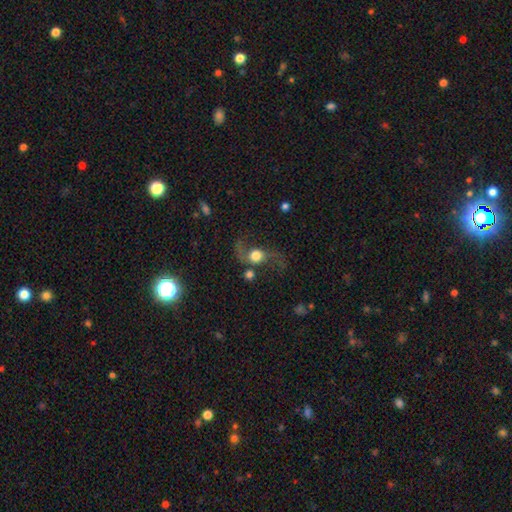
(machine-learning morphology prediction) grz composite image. It shows a featured or disk galaxy (66%) with no bar (70%), 2 (92%) loose (89%) spiral arms (89%) and a large central bulge (46%). Merging: none (55%).